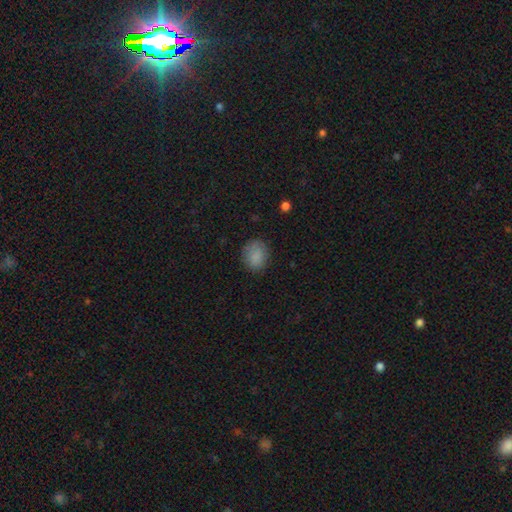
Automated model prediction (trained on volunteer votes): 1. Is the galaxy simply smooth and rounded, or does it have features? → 86% smooth, 9% star or artifact, 5% featured or disk.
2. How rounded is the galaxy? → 70% round, 29% in between, 1% cigar-shaped.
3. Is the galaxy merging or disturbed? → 79% none, 15% minor disturbance, 4% major disturbance, 1% merger.